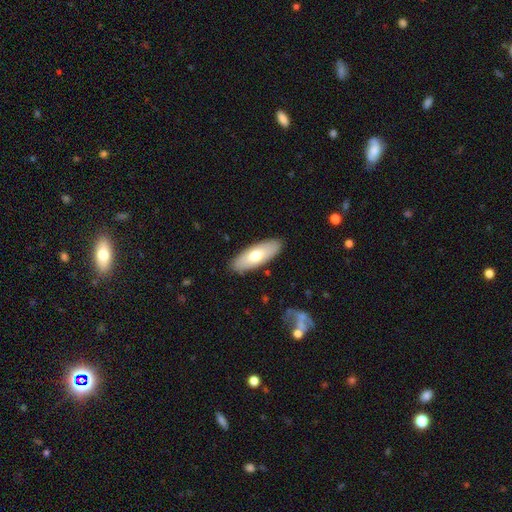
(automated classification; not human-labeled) The model was most divided on "smooth or featured": smooth: 68%, featured or disk: 27%, star or artifact: 5%. More confident: merging — none (88%); how rounded — in between (72%).